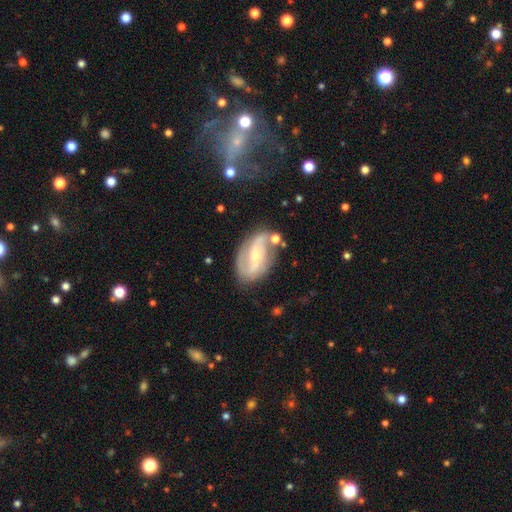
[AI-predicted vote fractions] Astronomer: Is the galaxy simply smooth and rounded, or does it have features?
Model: featured or disk — 82%.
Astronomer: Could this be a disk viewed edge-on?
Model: no — 95%.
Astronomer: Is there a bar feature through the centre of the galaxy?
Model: strong — 37% (runner-up: weak, 33%).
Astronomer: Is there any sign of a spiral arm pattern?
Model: yes — 91%.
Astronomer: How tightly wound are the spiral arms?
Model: medium — 42% (runner-up: loose, 38%).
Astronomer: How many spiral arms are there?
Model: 2 — 87%.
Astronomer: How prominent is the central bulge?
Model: small — 58% (runner-up: moderate, 38%).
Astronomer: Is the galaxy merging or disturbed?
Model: none — 70%.